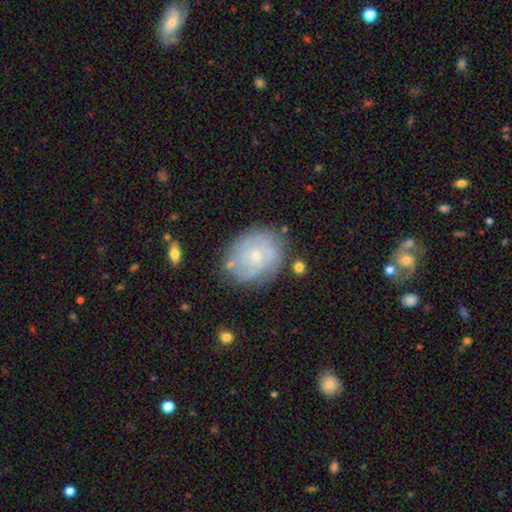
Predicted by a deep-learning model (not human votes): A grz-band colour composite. It shows a featured or disk galaxy (62%) with no bar (80%), spiral arms (75%) and a small central bulge (71%). Merging: none (70%).